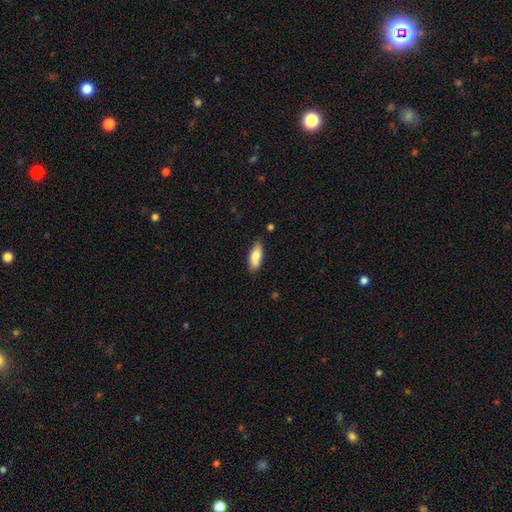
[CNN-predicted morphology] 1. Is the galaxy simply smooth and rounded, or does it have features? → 79% smooth, 14% featured or disk, 6% star or artifact.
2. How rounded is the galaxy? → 75% in between, 23% cigar-shaped, 2% round.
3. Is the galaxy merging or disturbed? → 80% none, 15% minor disturbance, 2% major disturbance, 2% merger.